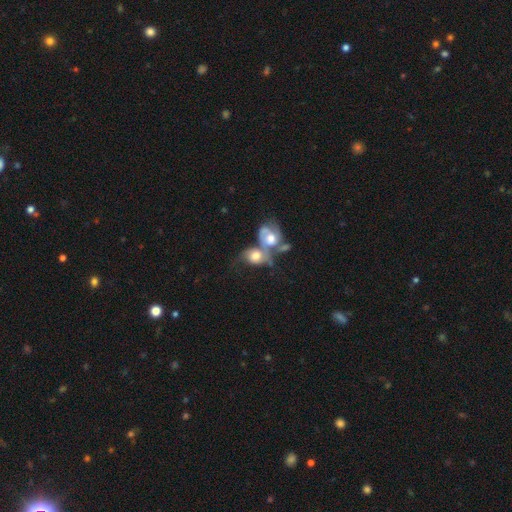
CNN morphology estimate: This appears to be a smooth galaxy with no disk features (48%). Merging: merger (71%).